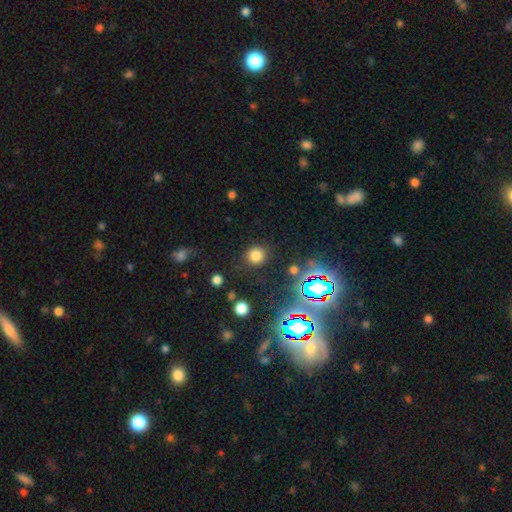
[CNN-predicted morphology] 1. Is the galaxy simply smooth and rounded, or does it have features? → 76% smooth, 19% star or artifact, 6% featured or disk.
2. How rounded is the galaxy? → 84% round, 15% in between, 1% cigar-shaped.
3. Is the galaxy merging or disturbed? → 85% none, 9% minor disturbance, 4% major disturbance, 2% merger.